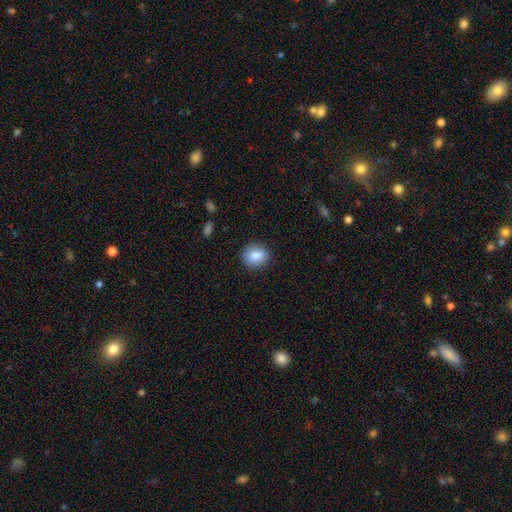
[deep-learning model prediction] Q: Smooth or featured?
A: smooth (84%); runner-up: star or artifact (8%)
Q: How rounded?
A: round (68%); runner-up: in between (31%)
Q: Merging?
A: none (85%); runner-up: minor disturbance (11%)